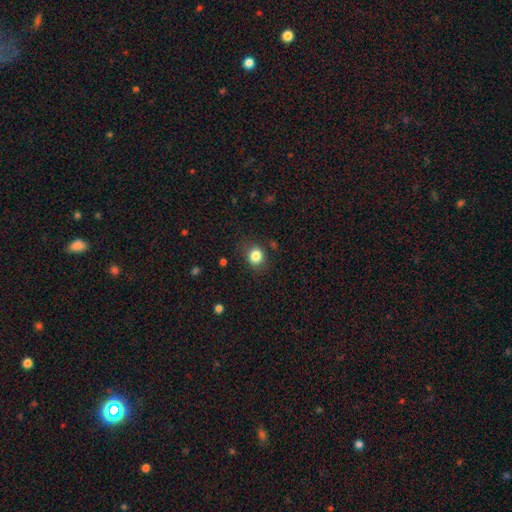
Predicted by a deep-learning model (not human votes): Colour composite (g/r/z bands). It shows a smooth galaxy with no disk features (84%) that is round (71%). Merging: none (81%).